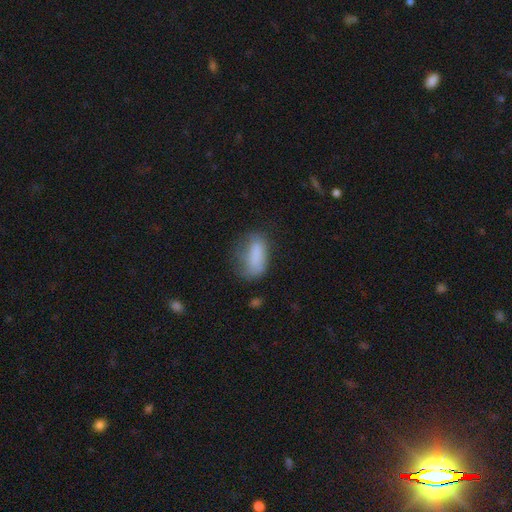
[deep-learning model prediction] smooth 77%, featured or disk 14%, star or artifact 10%. Down the decision tree: how rounded — in between (86%); merging — none (43%).